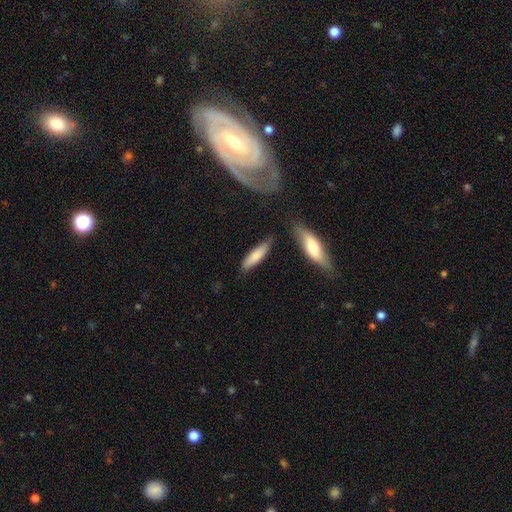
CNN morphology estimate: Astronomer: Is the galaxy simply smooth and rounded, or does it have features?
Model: smooth — 76%.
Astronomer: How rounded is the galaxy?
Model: cigar-shaped — 67%.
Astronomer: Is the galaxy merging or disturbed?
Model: none — 74%.